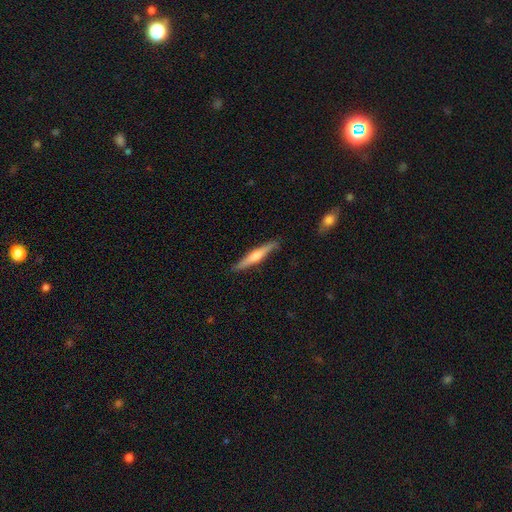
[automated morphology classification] A featured or disk galaxy (58%) viewed edge-on (97%) with a rounded central bulge (80%). Merging: none (88%).